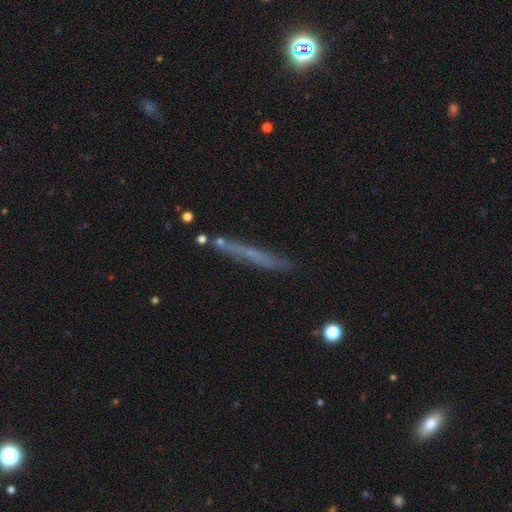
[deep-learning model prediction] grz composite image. It shows a smooth galaxy with no disk features (48%). Merging: none (76%).